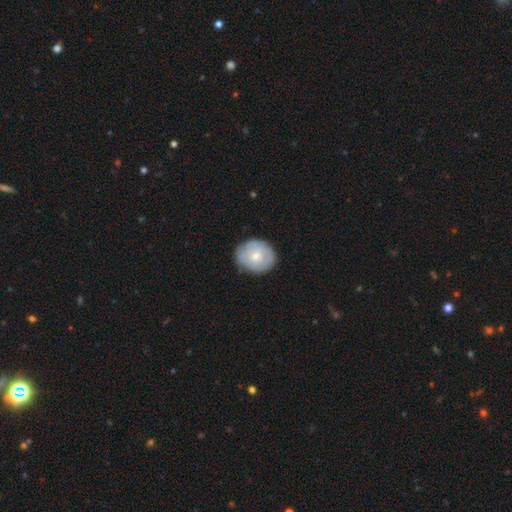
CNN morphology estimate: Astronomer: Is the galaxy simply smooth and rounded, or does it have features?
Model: smooth — 60%.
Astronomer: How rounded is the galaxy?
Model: round — 68%.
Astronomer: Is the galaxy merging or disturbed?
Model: none — 80%.